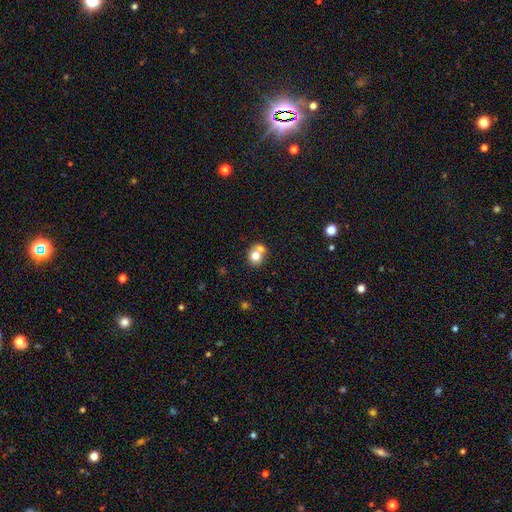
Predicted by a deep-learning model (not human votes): Smooth or featured? smooth (73%)
How rounded? round (76%)
Merging? merger (49%)